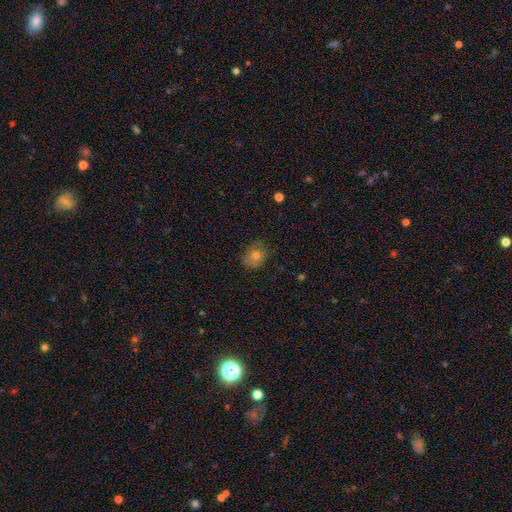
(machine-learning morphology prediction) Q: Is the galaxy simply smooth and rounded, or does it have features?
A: smooth — 67%.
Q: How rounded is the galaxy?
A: round — 65%.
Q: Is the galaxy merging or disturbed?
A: none — 75%.